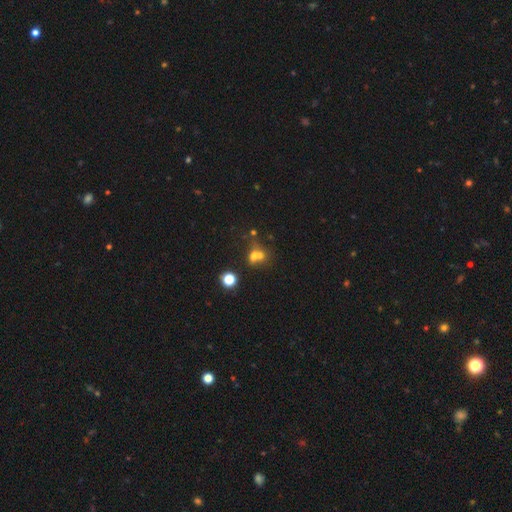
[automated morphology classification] This appears to be a smooth galaxy with no disk features (58%) that is round (72%). Merging: merger (57%).